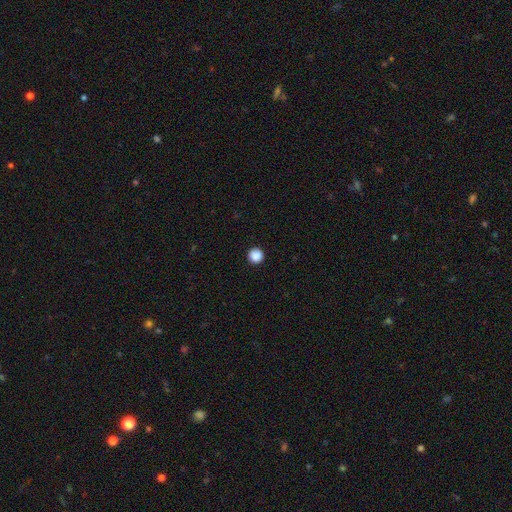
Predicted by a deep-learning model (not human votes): Q: Smooth or featured?
A: smooth (88%); runner-up: star or artifact (9%)
Q: How rounded?
A: round (96%); runner-up: in between (3%)
Q: Merging?
A: none (94%); runner-up: minor disturbance (4%)